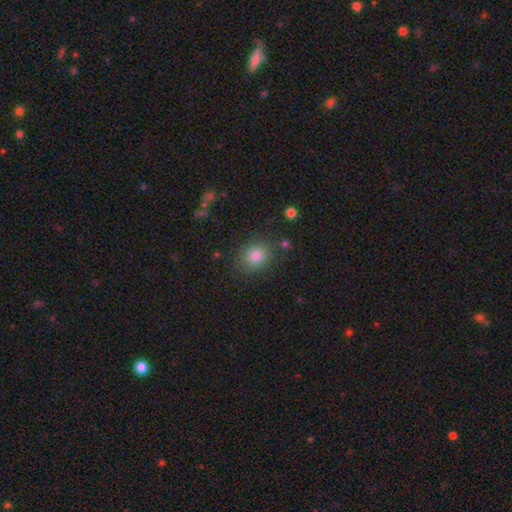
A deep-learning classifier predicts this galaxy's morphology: This appears to be a smooth galaxy with no disk features (82%) that is round (62%). Merging: none (81%).